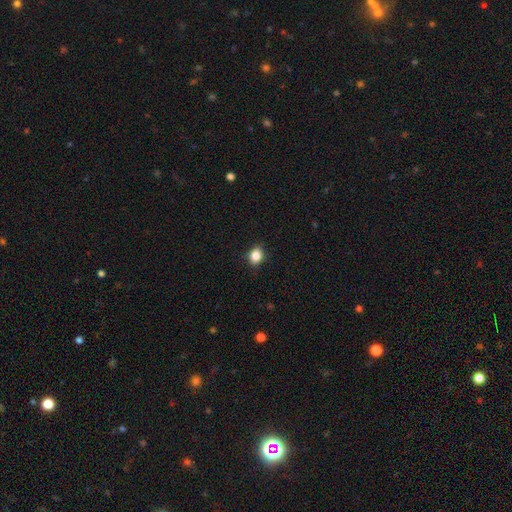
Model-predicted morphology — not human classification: Overall: smooth (85%). How rounded: in between (50%; round 48%). Merging: none (86%).